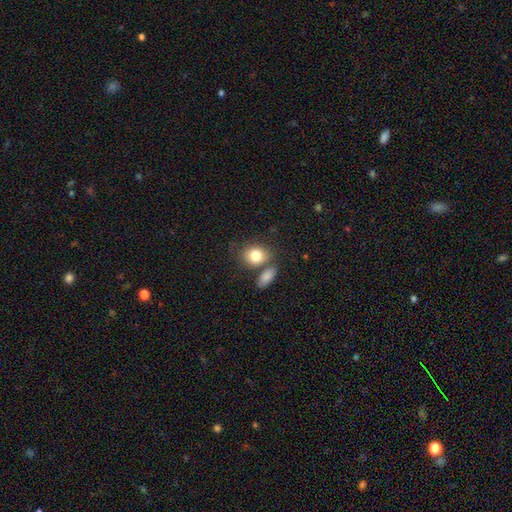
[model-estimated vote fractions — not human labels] A smooth galaxy with no disk features (81%) that is in between round and cigar-shaped (52%).

Vote fractions:
- Smooth or featured? smooth: 81% / featured or disk: 11% / star or artifact: 8%
- How rounded? in between: 52% / round: 46% / cigar-shaped: 2%
- Merging? none: 55% / merger: 28% / minor disturbance: 13% / major disturbance: 4%